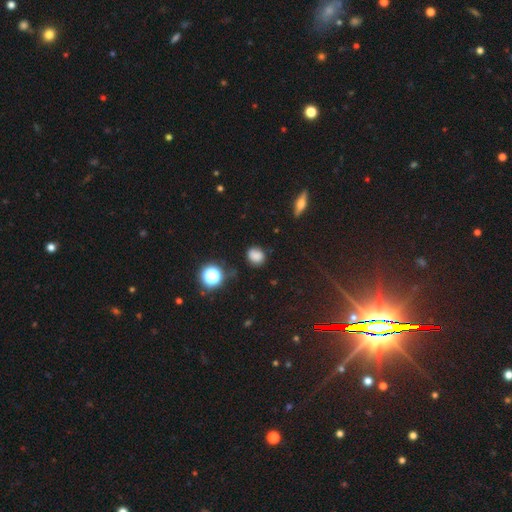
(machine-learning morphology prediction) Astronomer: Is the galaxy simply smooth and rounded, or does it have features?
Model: smooth — 77%.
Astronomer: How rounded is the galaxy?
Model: round — 66%.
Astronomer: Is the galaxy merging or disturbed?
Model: none — 73%.